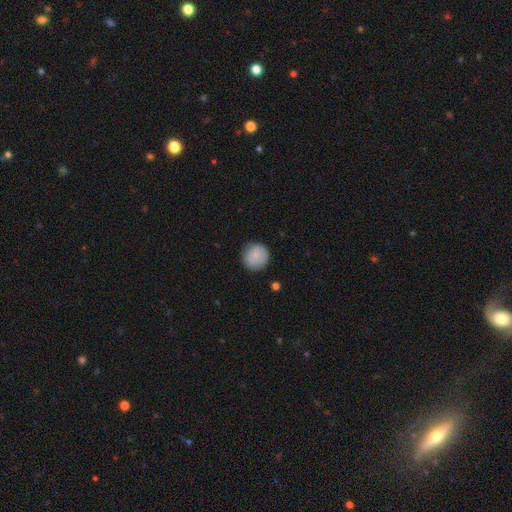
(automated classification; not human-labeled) Q: Smooth or featured?
A: smooth (79%); runner-up: featured or disk (15%)
Q: How rounded?
A: round (93%); runner-up: in between (6%)
Q: Merging?
A: none (85%); runner-up: minor disturbance (11%)